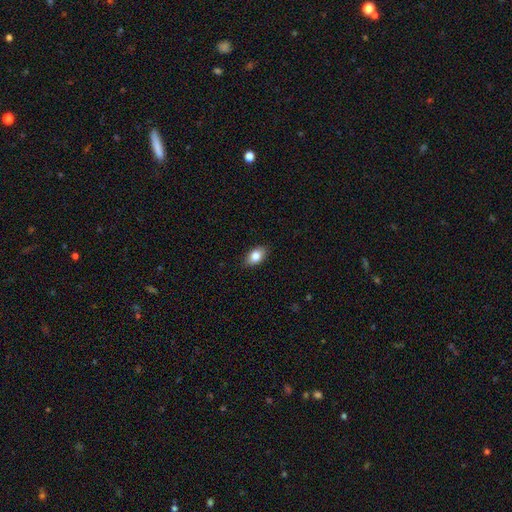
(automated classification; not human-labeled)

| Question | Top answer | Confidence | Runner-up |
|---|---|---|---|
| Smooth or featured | smooth | 81% | featured or disk (11%) |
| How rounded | in between | 89% | round (9%) |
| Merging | none | 86% | minor disturbance (11%) |